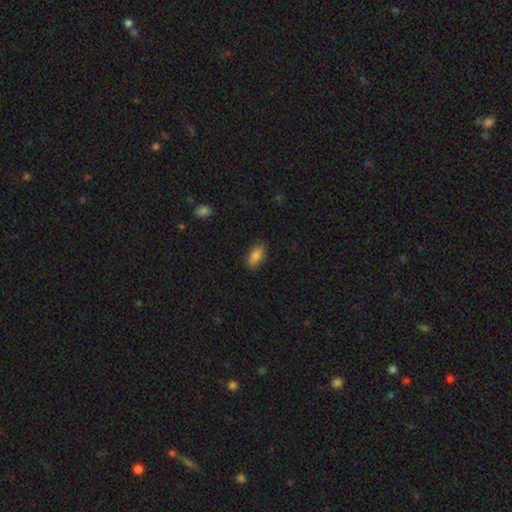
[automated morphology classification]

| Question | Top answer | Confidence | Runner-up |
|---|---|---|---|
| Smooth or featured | smooth | 82% | featured or disk (11%) |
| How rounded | in between | 89% | cigar-shaped (7%) |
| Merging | none | 82% | minor disturbance (14%) |